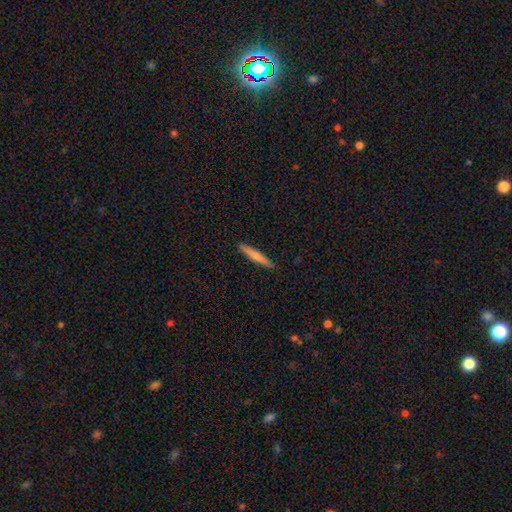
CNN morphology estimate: A smooth galaxy with no disk features (66%) that is cigar-shaped (94%).

Vote fractions:
- Smooth or featured? smooth: 66% / featured or disk: 28% / star or artifact: 5%
- How rounded? cigar-shaped: 94% / in between: 5% / round: 1%
- Merging? none: 90% / minor disturbance: 7% / major disturbance: 1% / merger: 1%